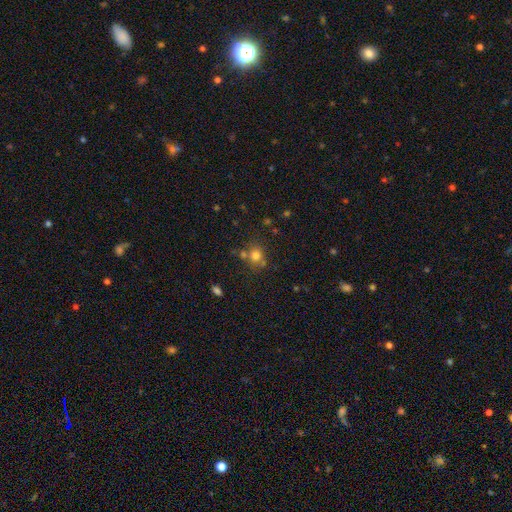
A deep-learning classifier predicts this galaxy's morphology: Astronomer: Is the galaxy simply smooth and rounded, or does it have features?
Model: smooth — 73%.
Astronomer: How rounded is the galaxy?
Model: round — 70%.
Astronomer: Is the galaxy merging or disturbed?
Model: none — 58%.